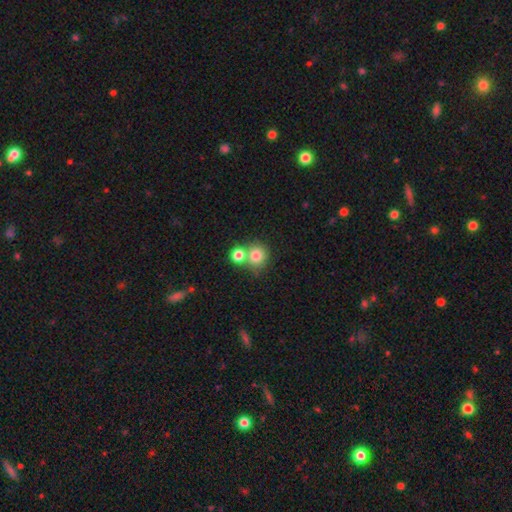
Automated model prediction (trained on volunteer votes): This is likely a smooth galaxy (78%). How rounded: clearly round (85%). Merging: possibly none (48%).